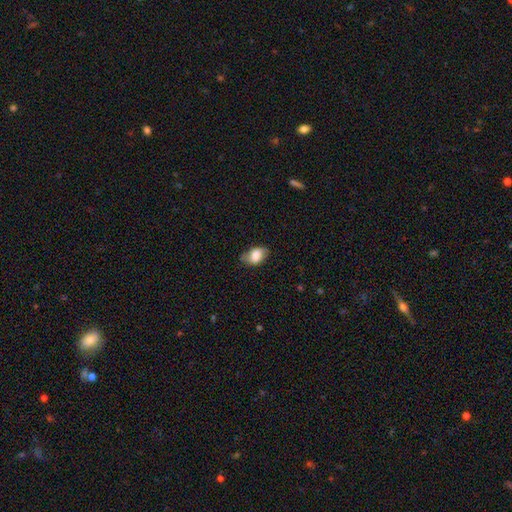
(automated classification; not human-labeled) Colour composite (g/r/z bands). It shows a smooth galaxy with no disk features (79%) that is in between round and cigar-shaped (86%). Merging: none (69%).